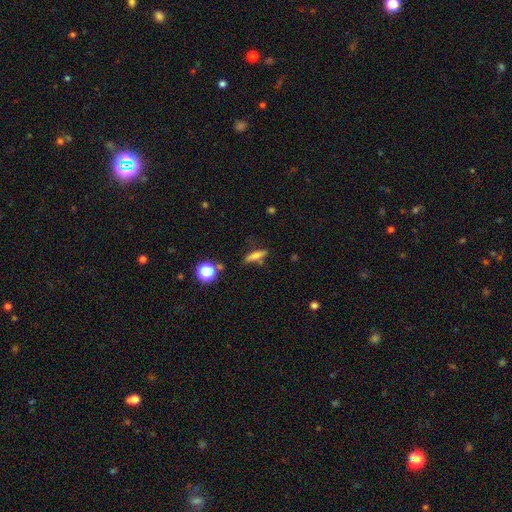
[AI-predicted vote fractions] smooth-or-featured: smooth: 68% | featured or disk: 21% | star or artifact: 12%
  how-rounded: cigar-shaped: 70% | in between: 24% | round: 6%
  merging: none: 78% | minor disturbance: 14% | merger: 5% | major disturbance: 4%